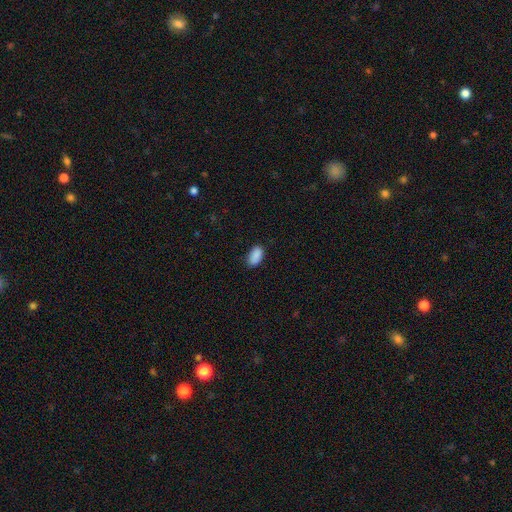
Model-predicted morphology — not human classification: smooth 90%, star or artifact 8%, featured or disk 3%. Down the decision tree: how rounded — in between (94%); merging — none (83%).